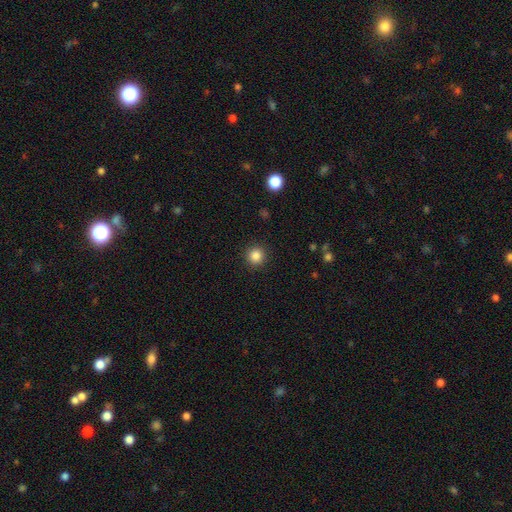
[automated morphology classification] This appears to be a smooth galaxy with no disk features (85%) that is round (95%). Merging: none (92%).